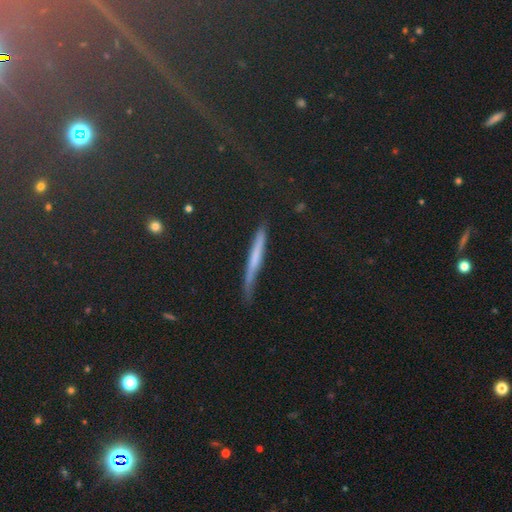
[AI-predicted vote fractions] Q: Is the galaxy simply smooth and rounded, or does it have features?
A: smooth — 40%.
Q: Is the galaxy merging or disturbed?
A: none — 77%.